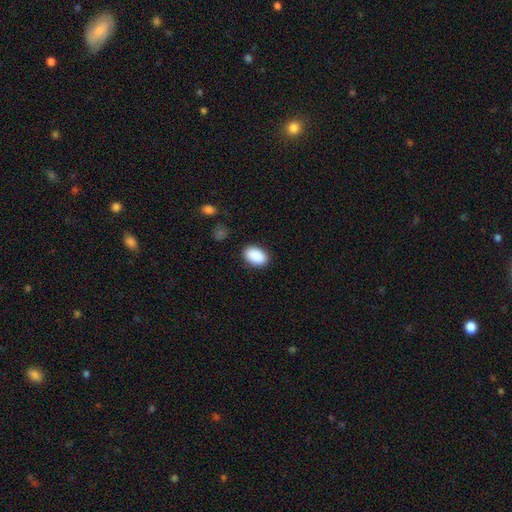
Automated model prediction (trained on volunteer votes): Smooth or featured?
  - smooth: 91% *
  - star or artifact: 7%
  - featured or disk: 3%
How rounded?
  - in between: 90% *
  - round: 9%
  - cigar-shaped: 1%
Merging?
  - none: 87% *
  - minor disturbance: 9%
  - major disturbance: 2%
  - merger: 1%